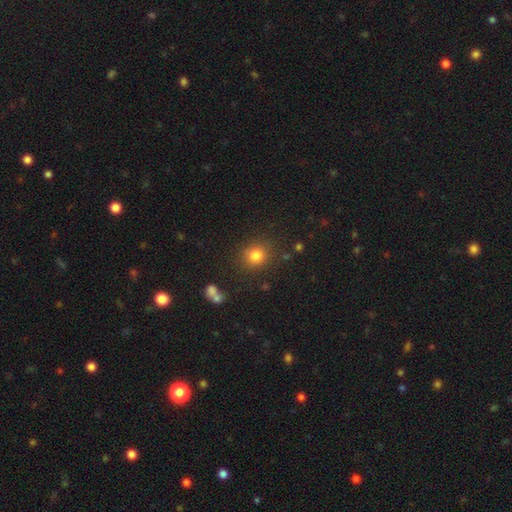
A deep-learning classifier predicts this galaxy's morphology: Smooth or featured?
  - smooth: 82% *
  - star or artifact: 12%
  - featured or disk: 6%
How rounded?
  - round: 84% *
  - in between: 15%
  - cigar-shaped: 1%
Merging?
  - none: 84% *
  - minor disturbance: 9%
  - major disturbance: 4%
  - merger: 3%